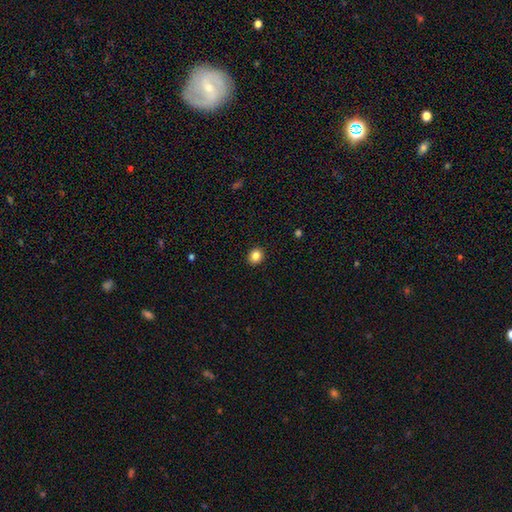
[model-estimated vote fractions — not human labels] Smooth or featured: smooth — 85% (star or artifact — 10%)
How rounded: round — 71% (in between — 28%)
Merging: none — 91% (minor disturbance — 6%)